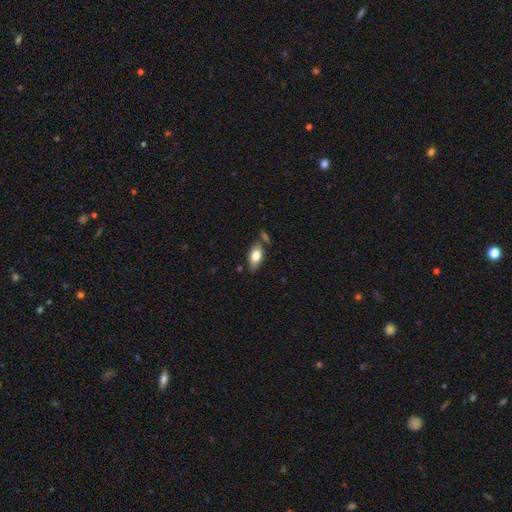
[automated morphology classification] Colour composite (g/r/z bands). It shows a smooth galaxy with no disk features (74%) that is in between round and cigar-shaped (89%). Merging: none (68%).